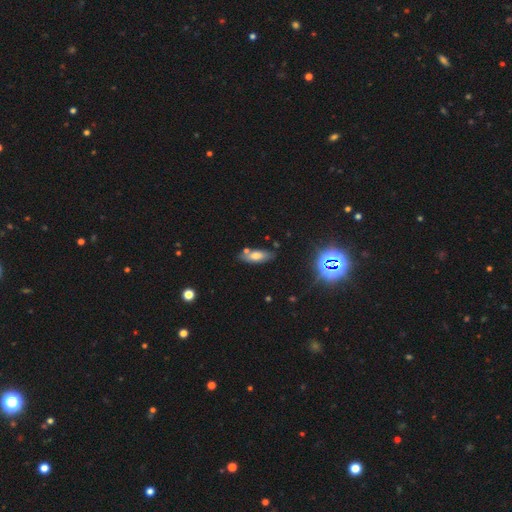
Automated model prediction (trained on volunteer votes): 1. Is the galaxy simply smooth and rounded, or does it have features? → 64% smooth, 23% featured or disk, 13% star or artifact.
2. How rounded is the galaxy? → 76% in between, 21% cigar-shaped, 3% round.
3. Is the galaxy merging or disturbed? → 72% none, 14% minor disturbance, 10% merger, 3% major disturbance.